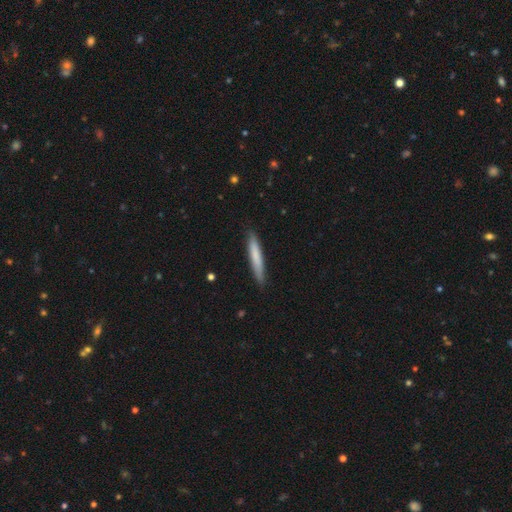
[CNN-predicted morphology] Smooth or featured? Predicted: smooth (p=0.74). How rounded? Predicted: cigar-shaped (p=0.94). Merging? Predicted: none (p=0.88).